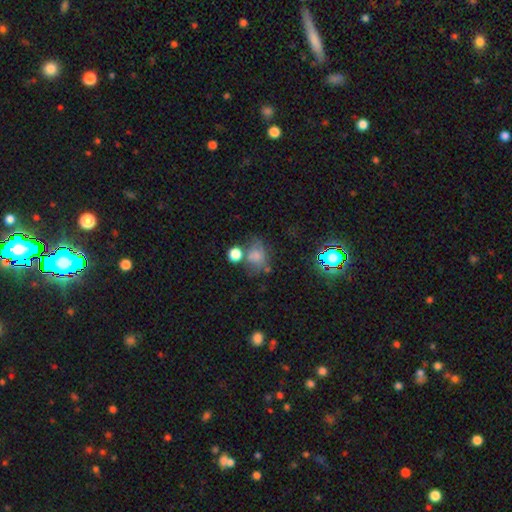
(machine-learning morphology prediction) Smooth or featured? smooth (65%)
How rounded? round (50%)
Merging? none (36%)